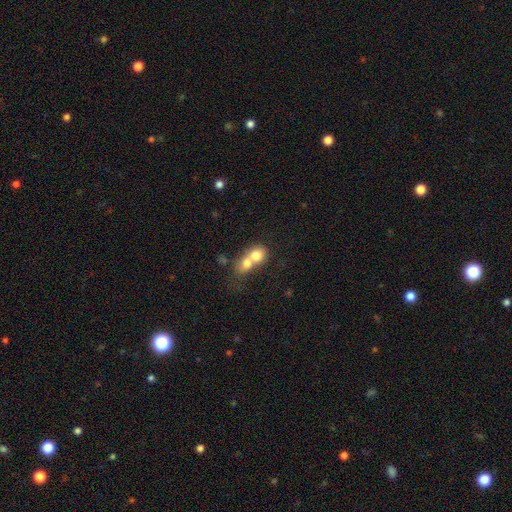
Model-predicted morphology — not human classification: smooth_or_featured: smooth (p=0.71) [alt: featured or disk p=0.20]
how_rounded: round (p=0.64) [alt: in between p=0.35]
merging: merger (p=0.74) [alt: none p=0.18]